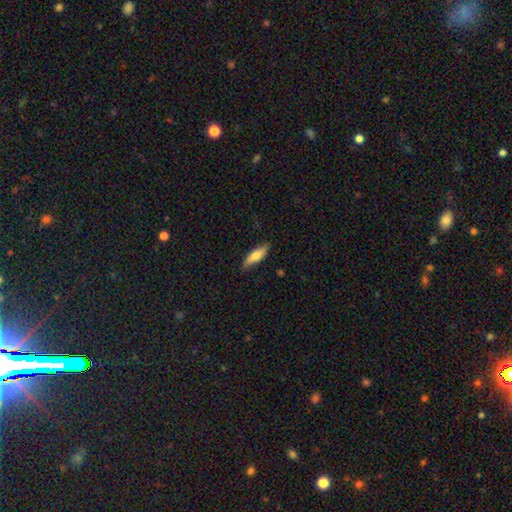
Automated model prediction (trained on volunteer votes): smooth_or_featured: smooth (p=0.64) [alt: featured or disk p=0.30]
how_rounded: cigar-shaped (p=0.56) [alt: in between p=0.42]
merging: none (p=0.83) [alt: minor disturbance p=0.13]